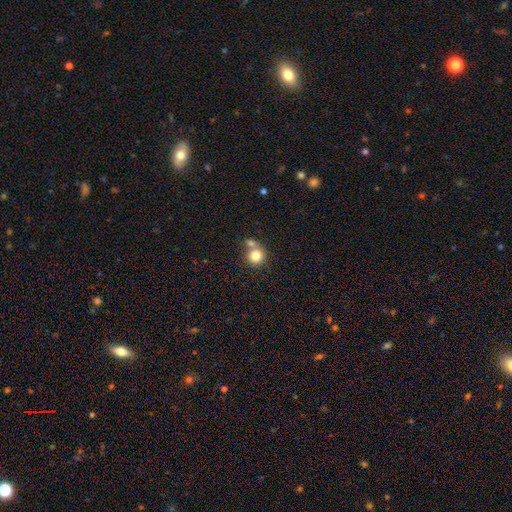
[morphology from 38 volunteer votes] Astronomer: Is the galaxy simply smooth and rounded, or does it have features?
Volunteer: smooth — 89%.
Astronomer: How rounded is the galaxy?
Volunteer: round — 97%.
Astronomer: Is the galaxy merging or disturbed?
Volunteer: merger — 56%.